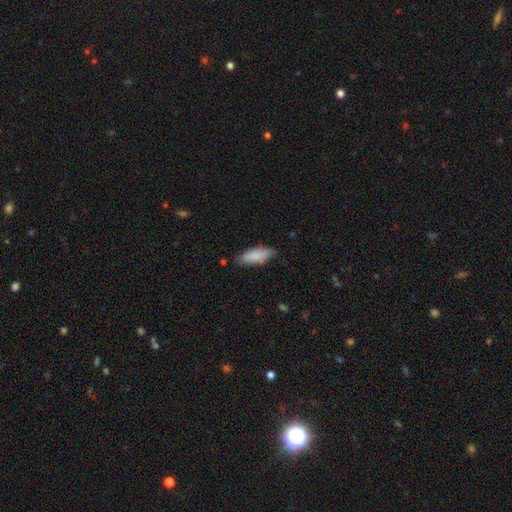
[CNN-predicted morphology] Smooth or featured?
  - smooth: 86% *
  - featured or disk: 8%
  - star or artifact: 6%
How rounded?
  - in between: 72% *
  - cigar-shaped: 27%
  - round: 2%
Merging?
  - none: 78% *
  - minor disturbance: 17%
  - major disturbance: 3%
  - merger: 2%